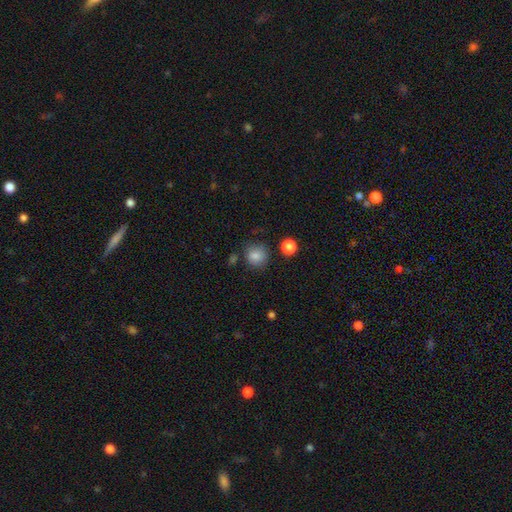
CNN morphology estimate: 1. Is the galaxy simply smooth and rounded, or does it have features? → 84% smooth, 10% star or artifact, 5% featured or disk.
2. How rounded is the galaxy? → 83% round, 16% in between, 1% cigar-shaped.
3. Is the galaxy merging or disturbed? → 77% none, 15% minor disturbance, 5% major disturbance, 4% merger.